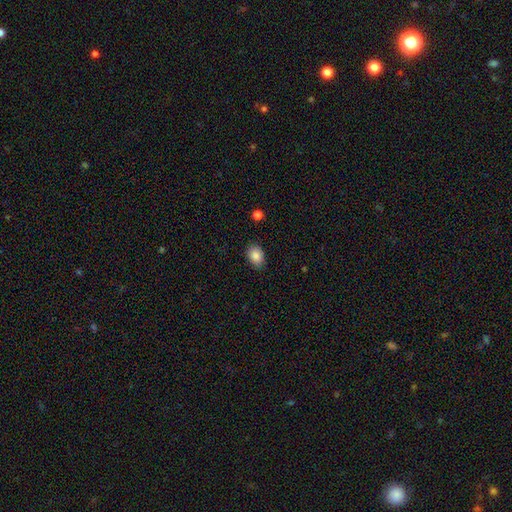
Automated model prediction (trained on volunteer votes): The model was most divided on "how rounded": in between: 78%, round: 21%, cigar-shaped: 1%. More confident: merging — none (86%); smooth or featured — smooth (86%).